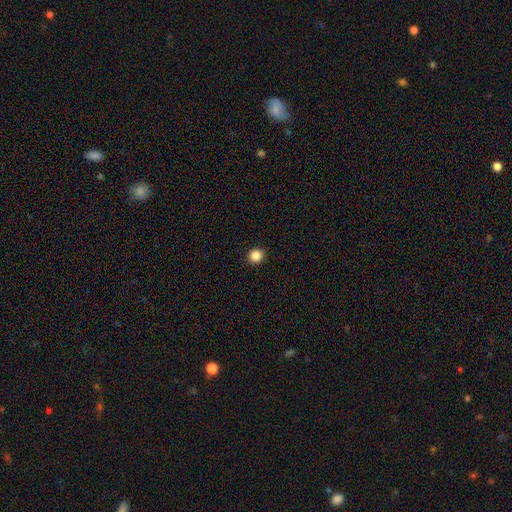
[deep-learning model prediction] smooth_or_featured: smooth (p=0.85) [alt: star or artifact p=0.11]
how_rounded: round (p=0.93) [alt: in between p=0.07]
merging: none (p=0.93) [alt: minor disturbance p=0.04]